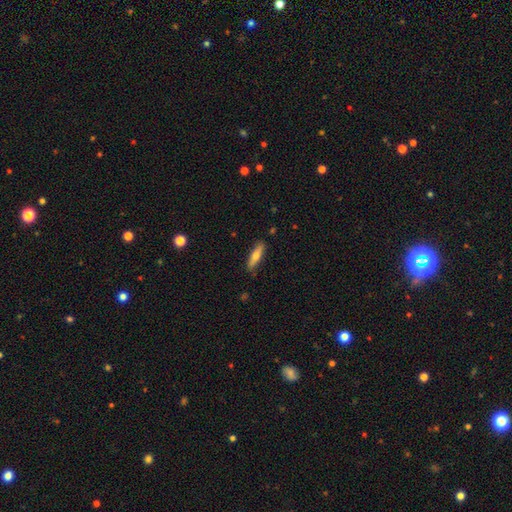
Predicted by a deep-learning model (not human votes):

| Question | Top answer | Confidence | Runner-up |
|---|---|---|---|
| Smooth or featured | smooth | 58% | featured or disk (36%) |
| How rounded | cigar-shaped | 71% | in between (27%) |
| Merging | none | 87% | minor disturbance (10%) |